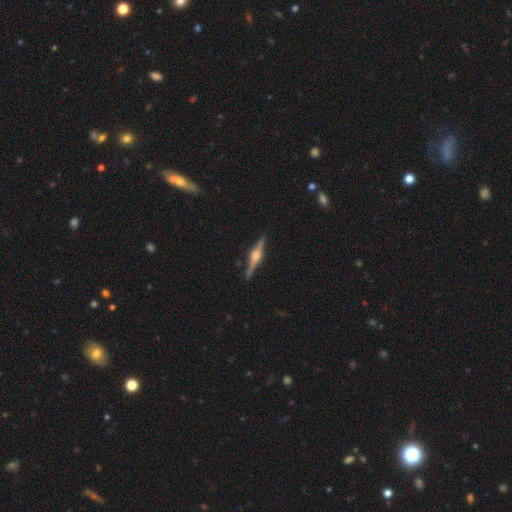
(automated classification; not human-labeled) Smooth or featured?
  - featured or disk: 85% *
  - smooth: 10%
  - star or artifact: 5%
Edge-on disk?
  - yes: 98% *
  - no: 2%
Edge-on bulge?
  - rounded: 94% *
  - boxy: 4%
  - none: 2%
Merging?
  - none: 91% *
  - minor disturbance: 6%
  - major disturbance: 1%
  - merger: 1%